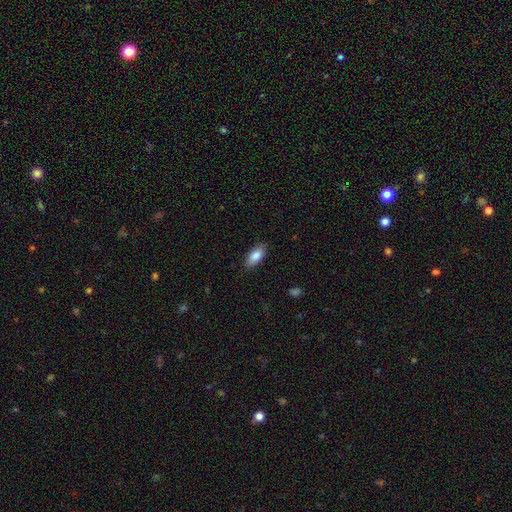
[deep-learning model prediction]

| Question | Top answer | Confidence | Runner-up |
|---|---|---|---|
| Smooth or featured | smooth | 86% | featured or disk (7%) |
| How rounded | in between | 88% | cigar-shaped (10%) |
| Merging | none | 86% | minor disturbance (11%) |